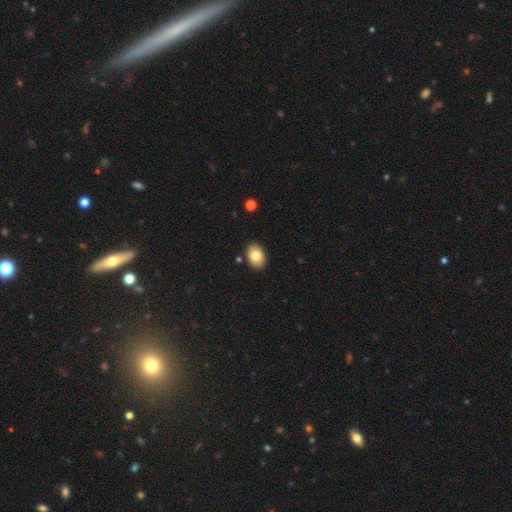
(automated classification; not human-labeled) A smooth galaxy with no disk features (79%) that is in between round and cigar-shaped (82%). Merging: none (88%).